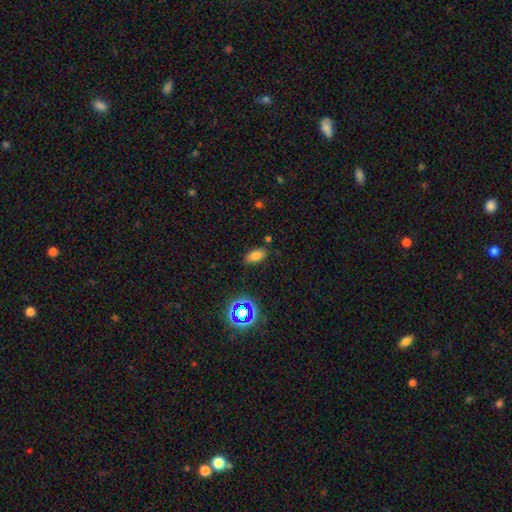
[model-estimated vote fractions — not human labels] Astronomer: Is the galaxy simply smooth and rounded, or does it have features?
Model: smooth — 75%.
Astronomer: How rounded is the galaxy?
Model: in between — 88%.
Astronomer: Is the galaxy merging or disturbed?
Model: none — 80%.